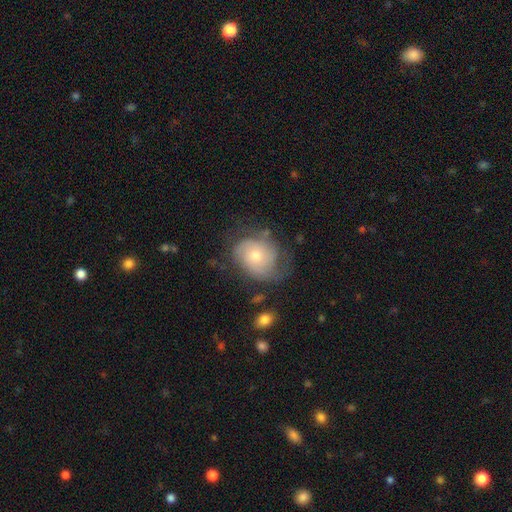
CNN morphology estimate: This is possibly a featured or disk galaxy (51%). It is clearly not viewed edge-on (97%). Merging: possibly none (49%).